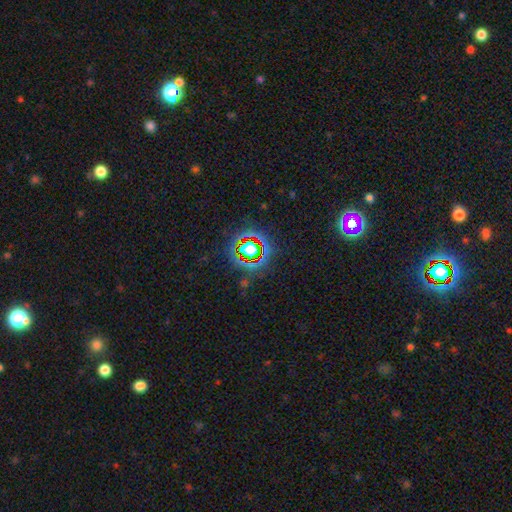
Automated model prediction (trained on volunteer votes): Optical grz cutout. It shows a star or artifact, not a galaxy (80%).